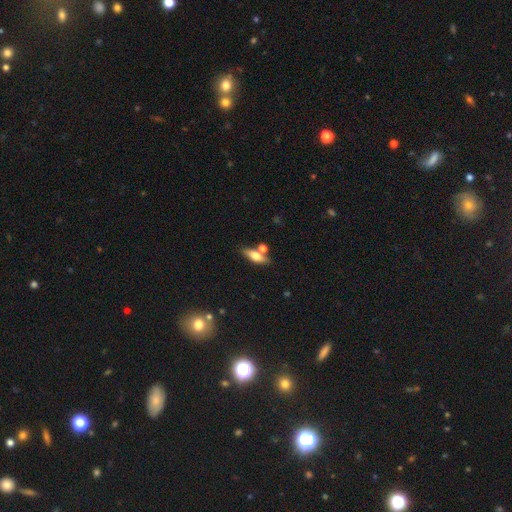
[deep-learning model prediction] Smooth or featured? Predicted: smooth (p=0.63). How rounded? Predicted: in between (p=0.62). Merging? Predicted: none (p=0.63).